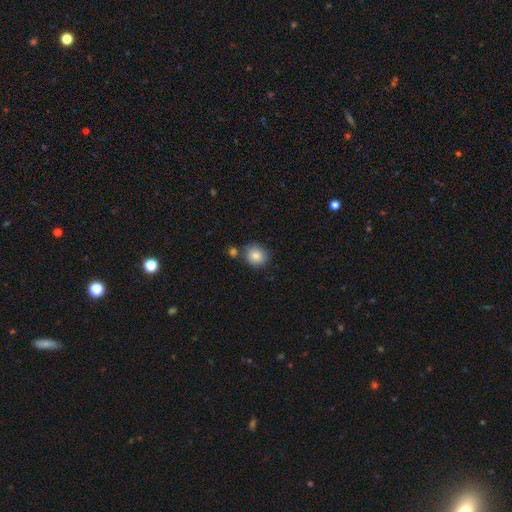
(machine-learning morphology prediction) The model was most divided on "merging": none: 75%, merger: 12%, minor disturbance: 11%, major disturbance: 3%. More confident: smooth or featured — smooth (83%); how rounded — round (83%).